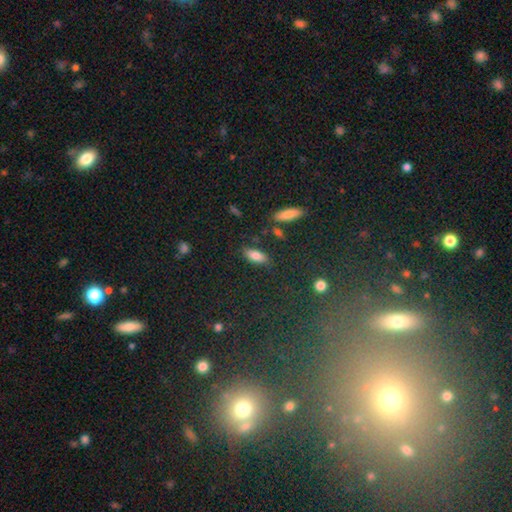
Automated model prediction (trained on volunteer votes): Smooth or featured? Predicted: smooth (p=0.81). How rounded? Predicted: in between (p=0.77). Merging? Predicted: none (p=0.80).